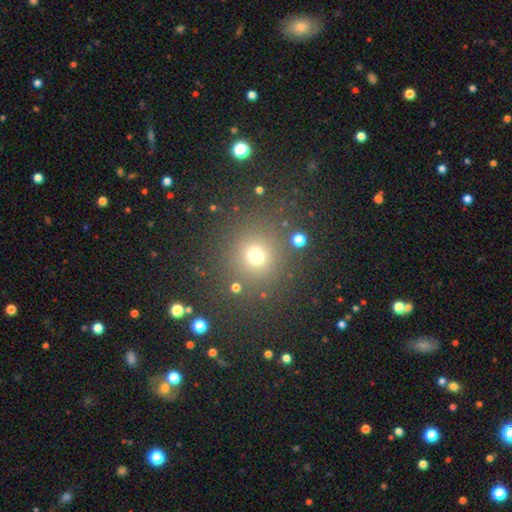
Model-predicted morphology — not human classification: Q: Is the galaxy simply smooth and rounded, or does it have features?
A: smooth — 68%.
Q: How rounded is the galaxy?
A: round — 90%.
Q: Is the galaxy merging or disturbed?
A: none — 84%.